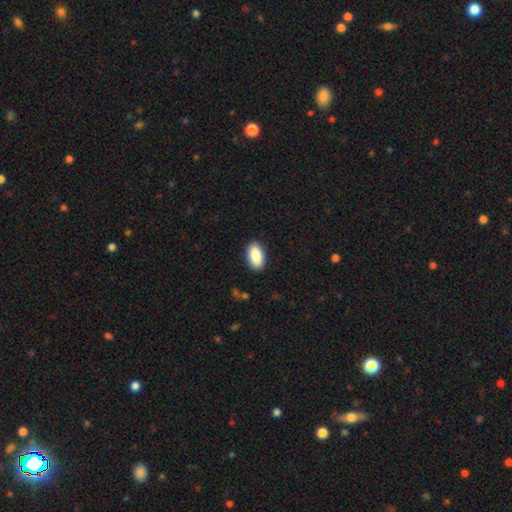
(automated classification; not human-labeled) smooth_or_featured: smooth (p=0.89) [alt: star or artifact p=0.06]
how_rounded: in between (p=0.93) [alt: cigar-shaped p=0.04]
merging: none (p=0.89) [alt: minor disturbance p=0.08]